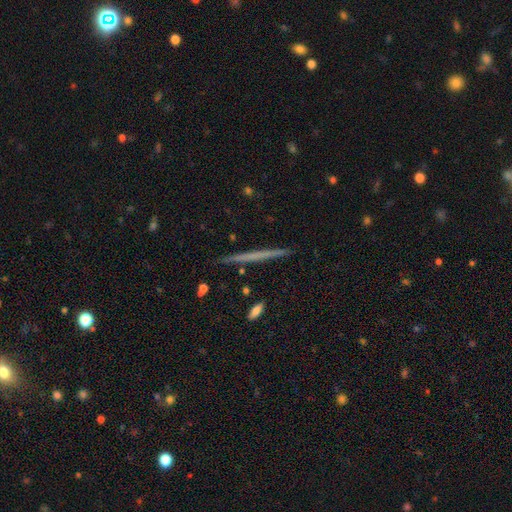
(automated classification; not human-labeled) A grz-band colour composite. It shows a featured or disk galaxy (54%) viewed edge-on (98%) with no central bulge (90%). Merging: none (92%).